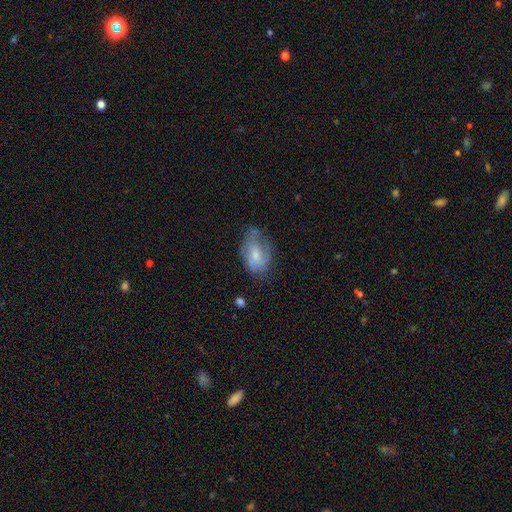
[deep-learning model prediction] Smooth or featured? smooth (52%)
How rounded? in between (87%)
Merging? none (46%)